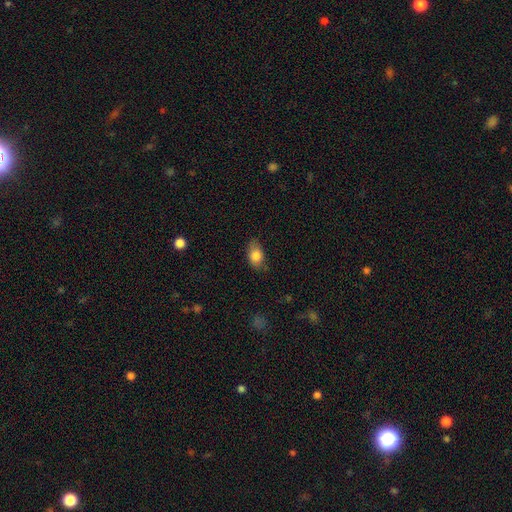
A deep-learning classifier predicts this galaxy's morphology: Smooth or featured? Predicted: smooth (p=0.82). How rounded? Predicted: in between (p=0.85). Merging? Predicted: none (p=0.73).